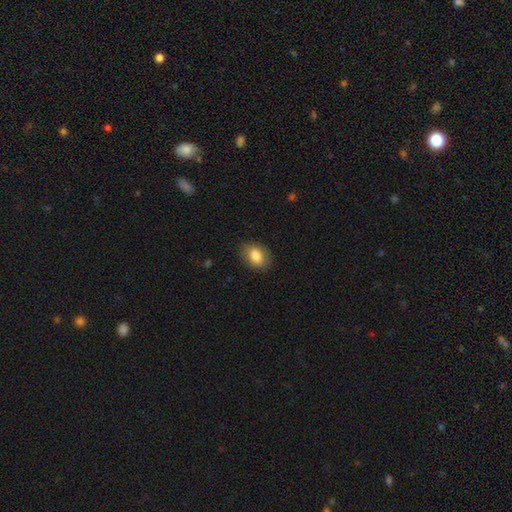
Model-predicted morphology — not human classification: The model was most divided on "how rounded": in between: 77%, round: 22%, cigar-shaped: 1%. More confident: merging — none (84%); smooth or featured — smooth (84%).